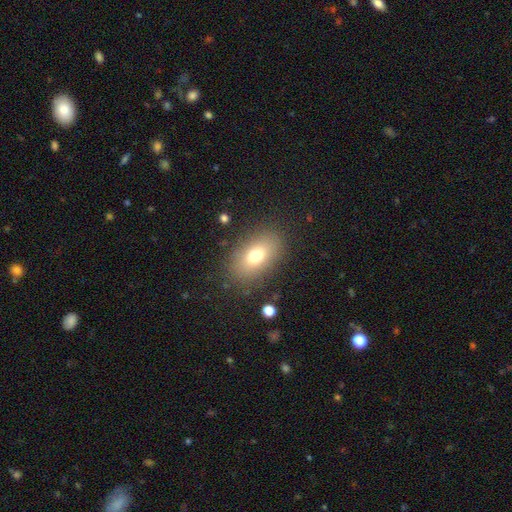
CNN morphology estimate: This appears to be a smooth galaxy with no disk features (74%) that is in between round and cigar-shaped (87%). Merging: none (84%).